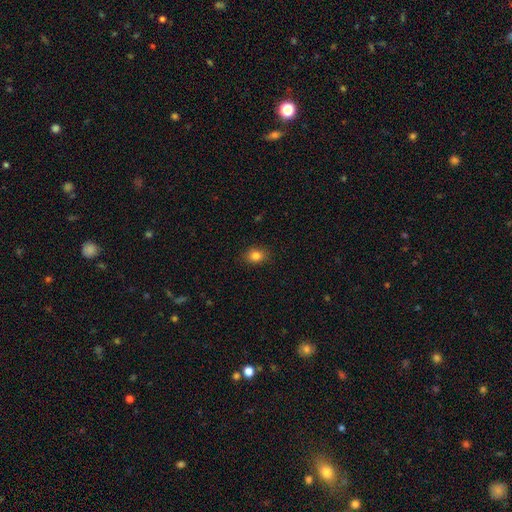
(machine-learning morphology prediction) Overall: smooth (83%). How rounded: in between (60%; round 39%). Merging: none (87%).